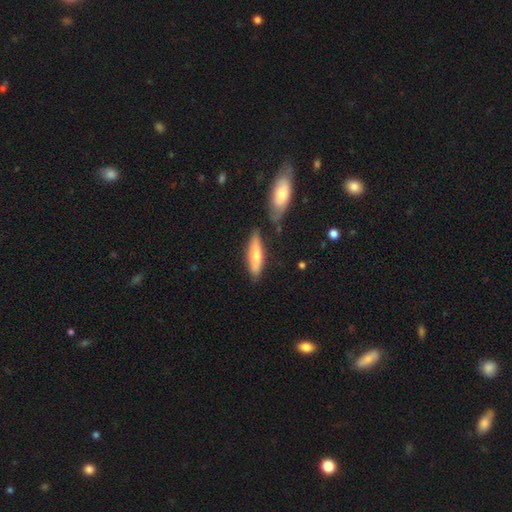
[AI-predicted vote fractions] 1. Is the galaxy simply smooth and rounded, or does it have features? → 65% smooth, 29% featured or disk, 6% star or artifact.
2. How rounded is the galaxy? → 67% cigar-shaped, 31% in between, 2% round.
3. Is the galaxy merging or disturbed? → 73% none, 15% minor disturbance, 8% merger, 4% major disturbance.